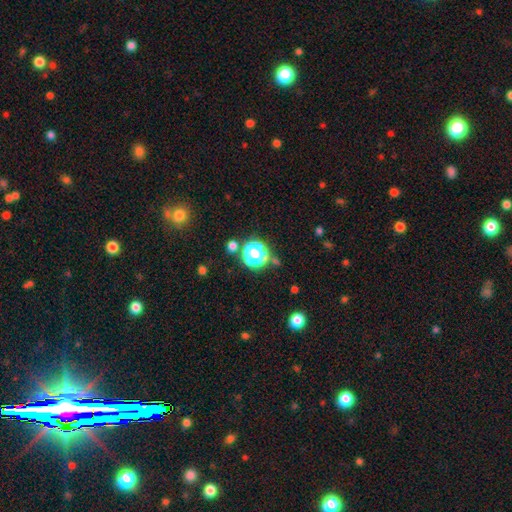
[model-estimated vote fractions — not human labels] This appears to be a smooth galaxy with no disk features (53%) that is round (88%). Merging: none (74%).